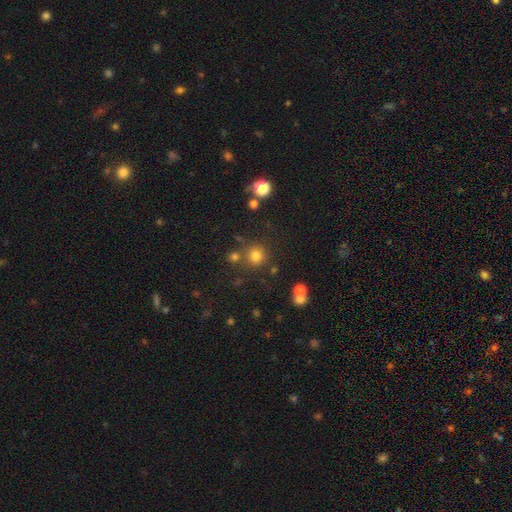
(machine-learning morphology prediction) smooth_or_featured: smooth (p=0.77) [alt: star or artifact p=0.17]
how_rounded: round (p=0.92) [alt: in between p=0.07]
merging: none (p=0.78) [alt: merger p=0.10]